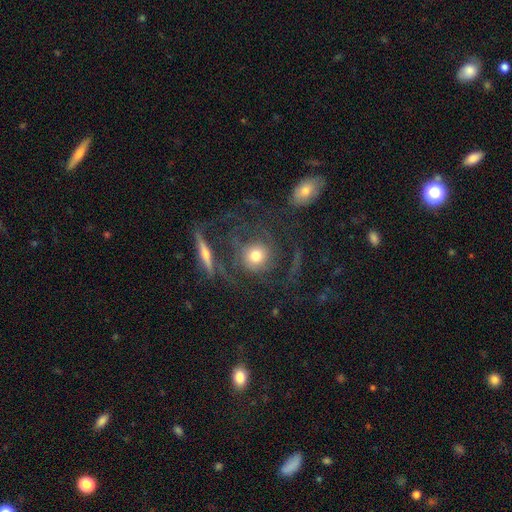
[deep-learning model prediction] smooth-or-featured: featured or disk: 60% | smooth: 29% | star or artifact: 11%
  disk-edge-on: no: 89% | yes: 11%
    bar: no: 78% | weak: 15% | strong: 6%
    has-spiral-arms: yes: 78% | no: 22%
    bulge-size: moderate: 57% | large: 20% | small: 16% | dominant: 4% | none: 2%
  merging: none: 54% | major disturbance: 20% | minor disturbance: 14% | merger: 12%